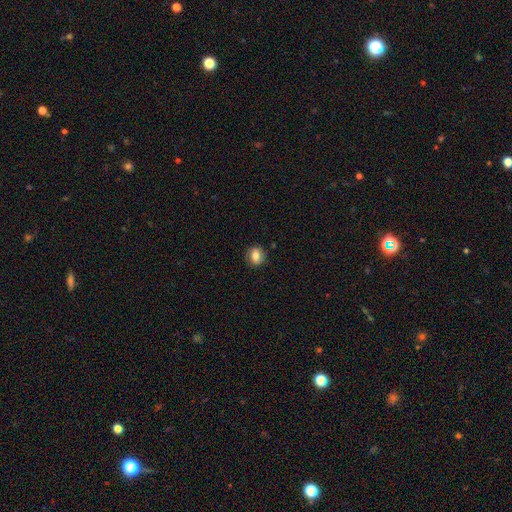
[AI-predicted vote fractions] Morphology: type=smooth (77%); roundness=round (61%); merging=none (86%).